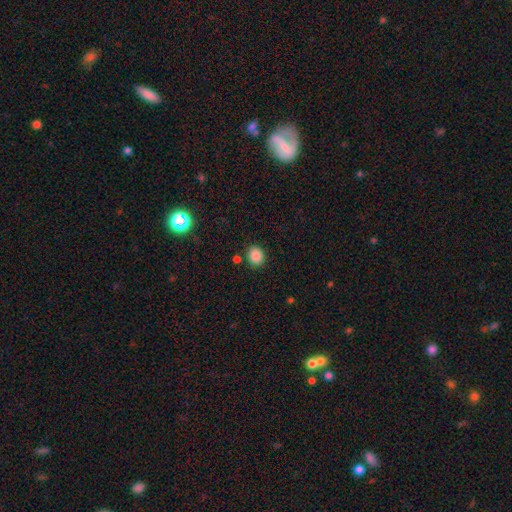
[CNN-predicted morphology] smooth-or-featured: smooth: 86% | star or artifact: 11% | featured or disk: 4%
  how-rounded: round: 64% | in between: 35% | cigar-shaped: 1%
  merging: none: 85% | minor disturbance: 9% | merger: 4% | major disturbance: 3%